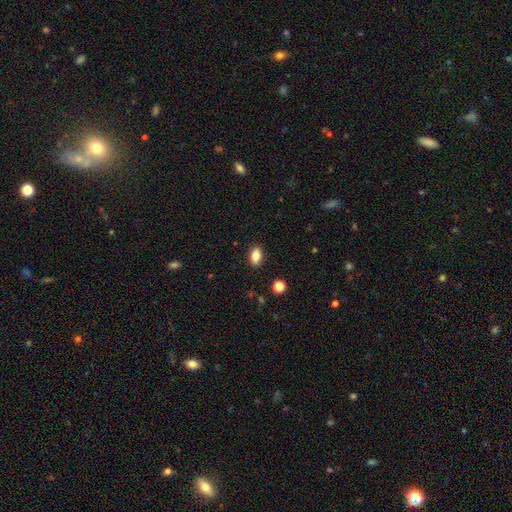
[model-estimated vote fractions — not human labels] Smooth or featured?
  - smooth: 82% *
  - featured or disk: 9%
  - star or artifact: 9%
How rounded?
  - in between: 86% *
  - round: 11%
  - cigar-shaped: 4%
Merging?
  - none: 88% *
  - minor disturbance: 8%
  - major disturbance: 2%
  - merger: 1%